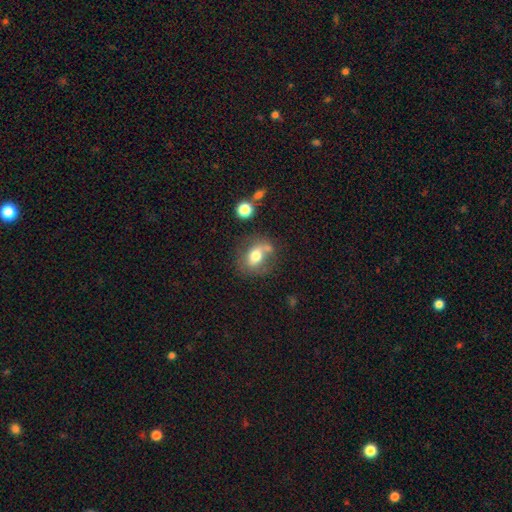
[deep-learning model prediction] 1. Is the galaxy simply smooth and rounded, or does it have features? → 63% smooth, 27% featured or disk, 10% star or artifact.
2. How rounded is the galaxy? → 63% in between, 35% round, 2% cigar-shaped.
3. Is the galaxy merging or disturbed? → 47% none, 23% minor disturbance, 18% merger, 12% major disturbance.